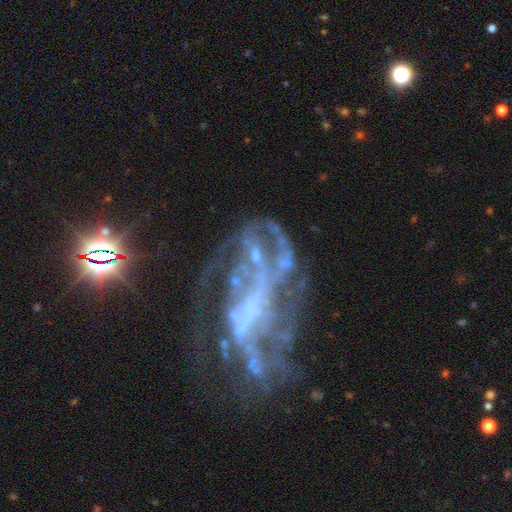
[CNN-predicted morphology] type=featured or disk (75%); edge-on=no (96%); bar=no (61%); spiral arms=no (51%); bulge=none (61%); merging=major disturbance (45%).